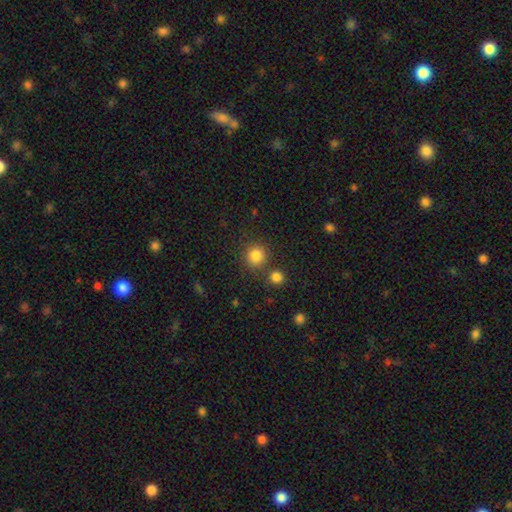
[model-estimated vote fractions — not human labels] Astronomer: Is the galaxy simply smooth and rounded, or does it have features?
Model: smooth — 84%.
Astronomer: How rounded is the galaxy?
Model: round — 91%.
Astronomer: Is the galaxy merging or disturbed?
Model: none — 79%.